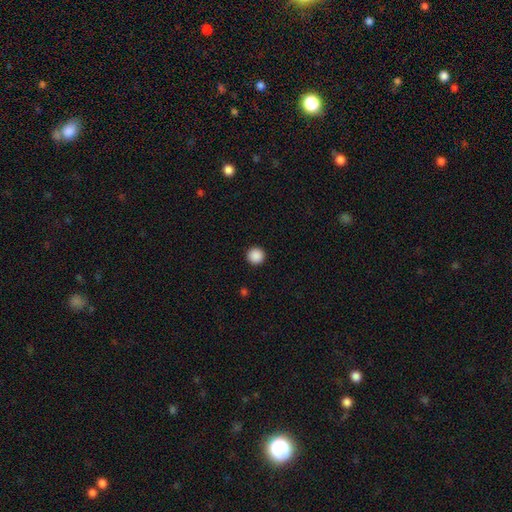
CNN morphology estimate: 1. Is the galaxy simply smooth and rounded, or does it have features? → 89% smooth, 9% star or artifact, 2% featured or disk.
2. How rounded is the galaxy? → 96% round, 3% in between, 1% cigar-shaped.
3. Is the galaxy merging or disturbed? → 94% none, 4% minor disturbance, 2% major disturbance, 1% merger.